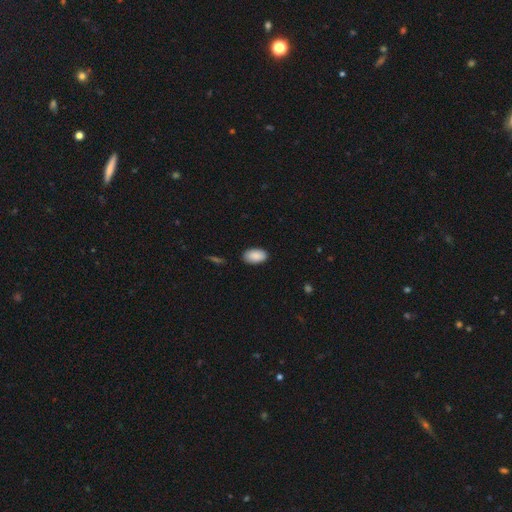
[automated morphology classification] smooth 90%, star or artifact 6%, featured or disk 4%. Down the decision tree: how rounded — in between (95%); merging — none (87%).